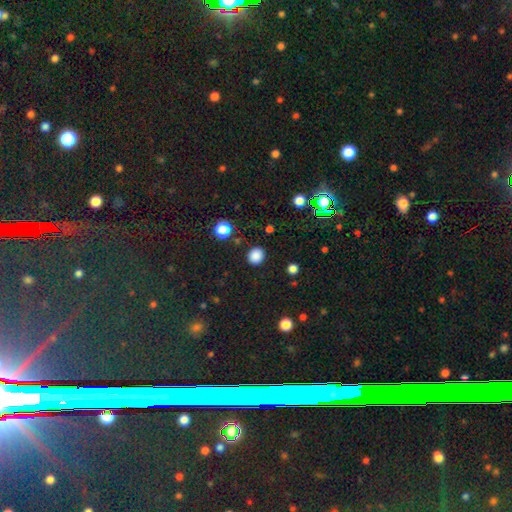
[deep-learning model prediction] Smooth or featured?
  - smooth: 84% *
  - star or artifact: 13%
  - featured or disk: 3%
How rounded?
  - round: 79% *
  - in between: 20%
  - cigar-shaped: 1%
Merging?
  - none: 88% *
  - minor disturbance: 8%
  - major disturbance: 3%
  - merger: 2%